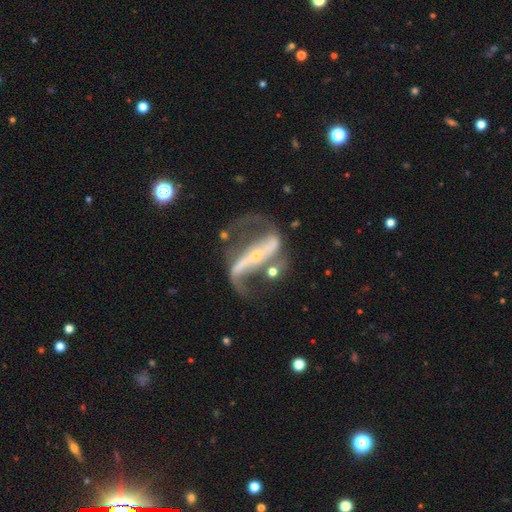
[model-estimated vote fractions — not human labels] Smooth or featured? featured or disk (90%)
Edge-on disk? no (92%)
Bar? strong (74%)
Spiral arms? yes (94%)
Spiral winding? loose (63%)
Spiral arm count? 2 (91%)
Bulge size? small (81%)
Merging? none (56%)